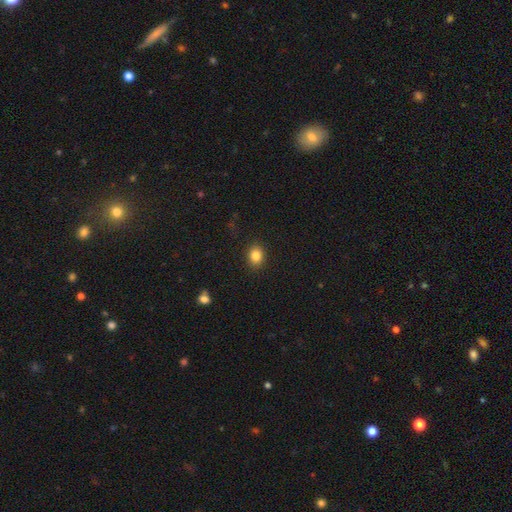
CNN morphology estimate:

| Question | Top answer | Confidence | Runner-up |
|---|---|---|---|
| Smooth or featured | smooth | 84% | star or artifact (10%) |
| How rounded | round | 55% | in between (44%) |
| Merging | none | 89% | minor disturbance (8%) |